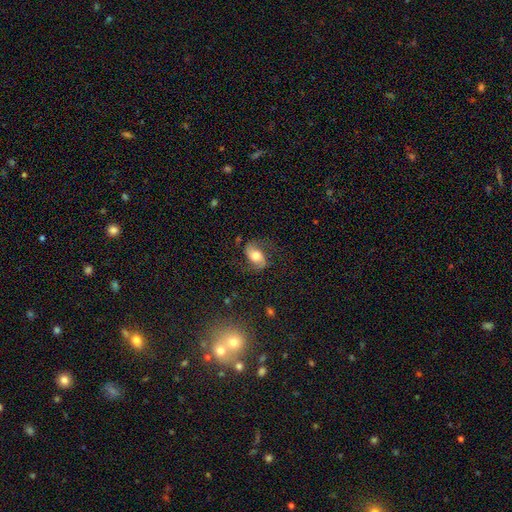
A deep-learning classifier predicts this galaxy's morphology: The model was most divided on "bulge size": moderate: 51%, large: 34%, small: 9%, dominant: 4%, none: 2%. More confident: edge-on disk — no (95%); spiral arms — yes (90%); merging — none (65%); smooth or featured — featured or disk (58%); bar — no (55%).